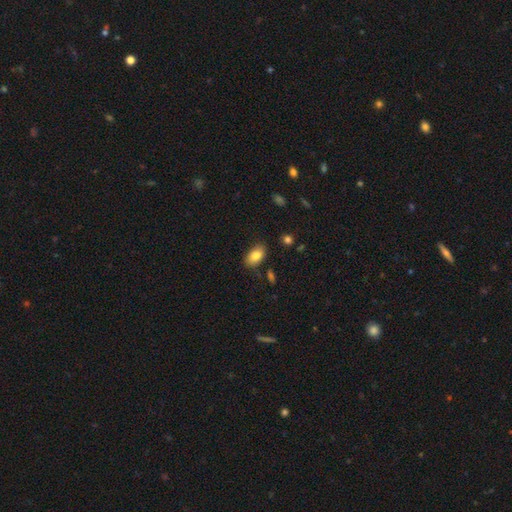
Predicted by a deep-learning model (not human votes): Morphology: type=smooth (82%); roundness=in between (91%); merging=none (81%).